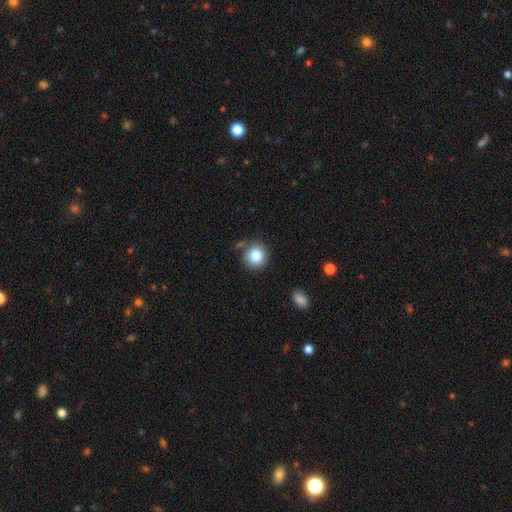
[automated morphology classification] Q: Smooth or featured?
A: smooth (82%); runner-up: star or artifact (10%)
Q: How rounded?
A: round (91%); runner-up: in between (8%)
Q: Merging?
A: none (79%); runner-up: minor disturbance (12%)